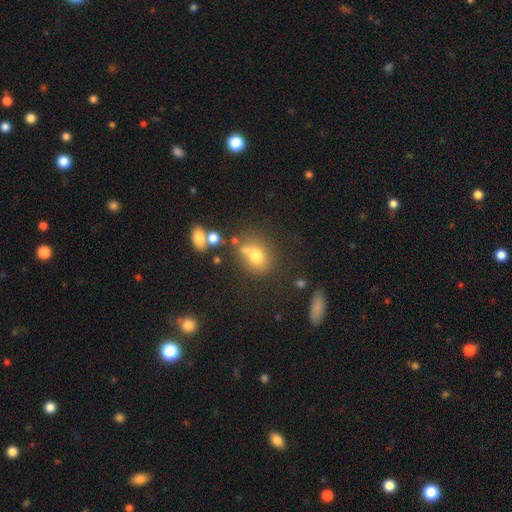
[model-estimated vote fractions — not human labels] smooth-or-featured: smooth: 69% | featured or disk: 16% | star or artifact: 15%
  how-rounded: round: 62% | in between: 37% | cigar-shaped: 1%
  merging: none: 45% | merger: 33% | minor disturbance: 15% | major disturbance: 8%